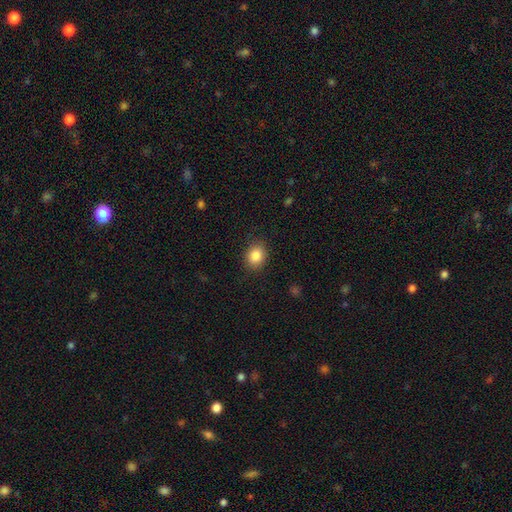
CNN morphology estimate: This appears to be a smooth galaxy with no disk features (86%) that is round (52%). Merging: none (87%).